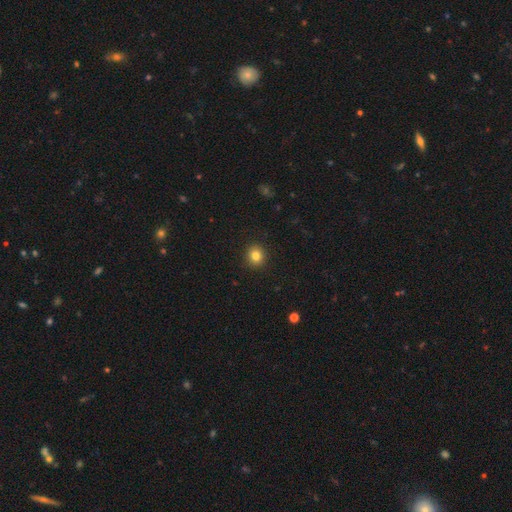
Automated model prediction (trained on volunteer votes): Q: Smooth or featured?
A: smooth (83%); runner-up: star or artifact (11%)
Q: How rounded?
A: round (88%); runner-up: in between (11%)
Q: Merging?
A: none (92%); runner-up: minor disturbance (5%)